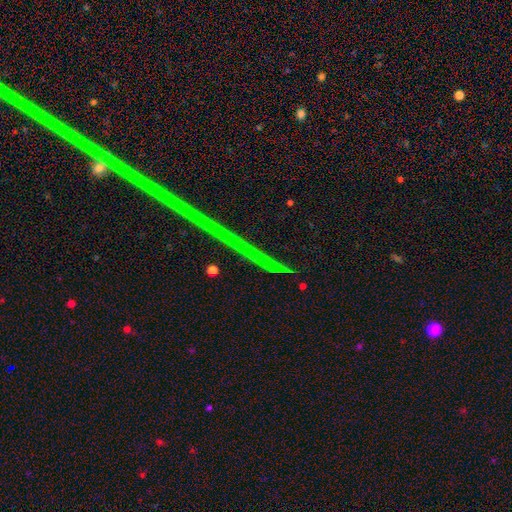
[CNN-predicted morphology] type=star or artifact (85%).